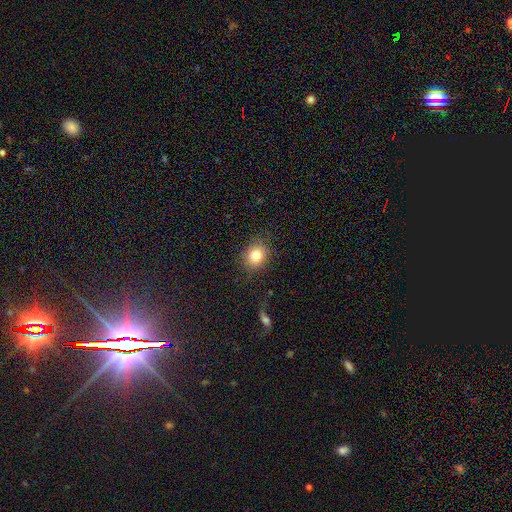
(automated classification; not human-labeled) smooth-or-featured: smooth: 82% | star or artifact: 10% | featured or disk: 8%
  how-rounded: round: 61% | in between: 38% | cigar-shaped: 1%
  merging: none: 84% | minor disturbance: 10% | major disturbance: 4% | merger: 2%